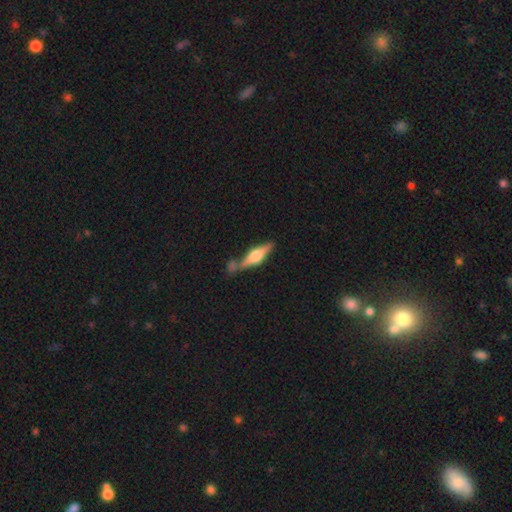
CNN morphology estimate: A featured or disk galaxy (66%) viewed edge-on (96%) with a rounded central bulge (88%).

Vote fractions:
- Smooth or featured? featured or disk: 66% / smooth: 28% / star or artifact: 6%
- Edge-on disk? yes: 96% / no: 4%
- Edge-on bulge? rounded: 88% / boxy: 9% / none: 3%
- Merging? none: 66% / merger: 15% / minor disturbance: 14% / major disturbance: 5%